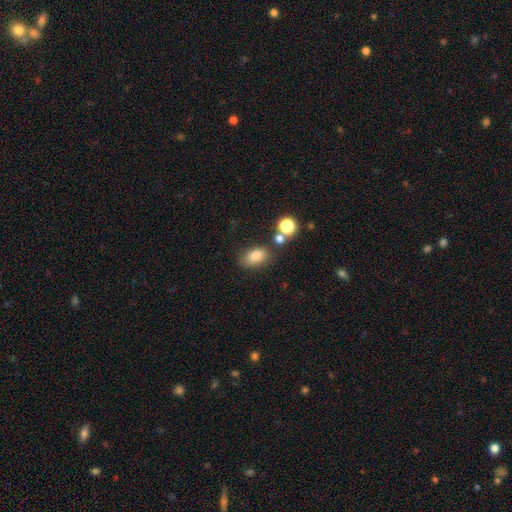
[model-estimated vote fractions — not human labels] Morphology: type=smooth (81%); roundness=in between (85%); merging=none (72%).